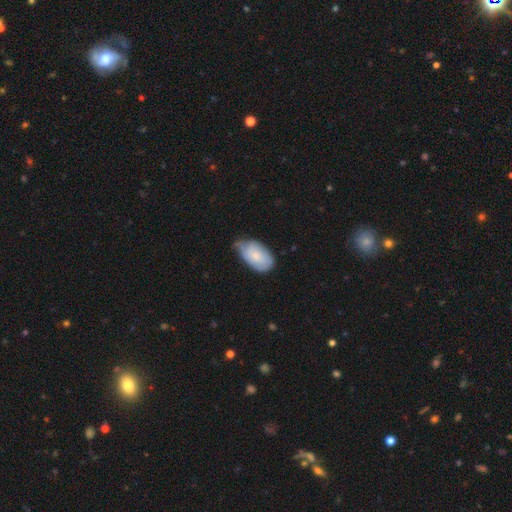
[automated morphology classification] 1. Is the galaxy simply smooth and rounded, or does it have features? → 72% smooth, 22% featured or disk, 6% star or artifact.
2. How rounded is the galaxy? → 94% in between, 5% round, 1% cigar-shaped.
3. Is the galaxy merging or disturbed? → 50% minor disturbance, 38% none, 10% major disturbance, 2% merger.